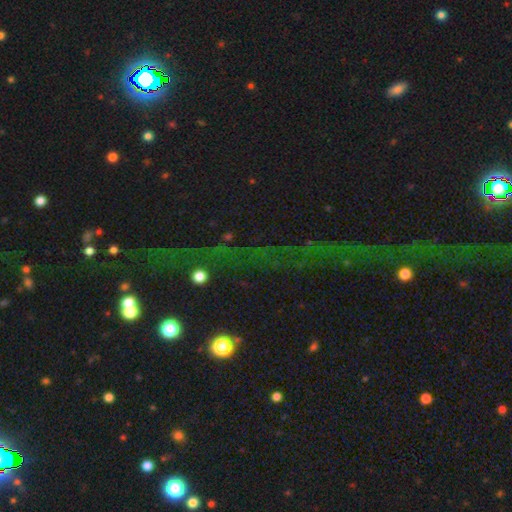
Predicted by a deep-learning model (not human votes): Overall: star or artifact (80%).